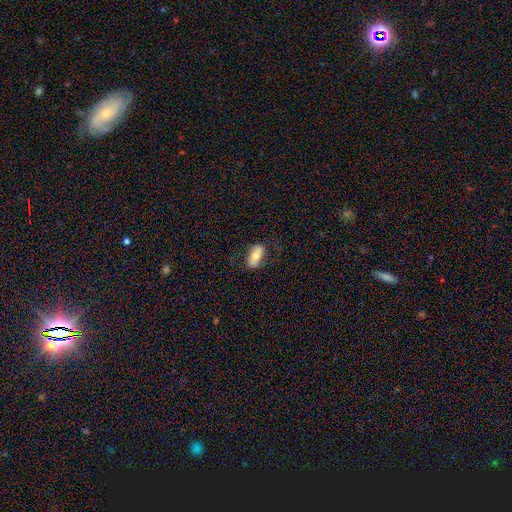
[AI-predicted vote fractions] Smooth or featured? Predicted: smooth (p=0.60). How rounded? Predicted: in between (p=0.85). Merging? Predicted: none (p=0.73).